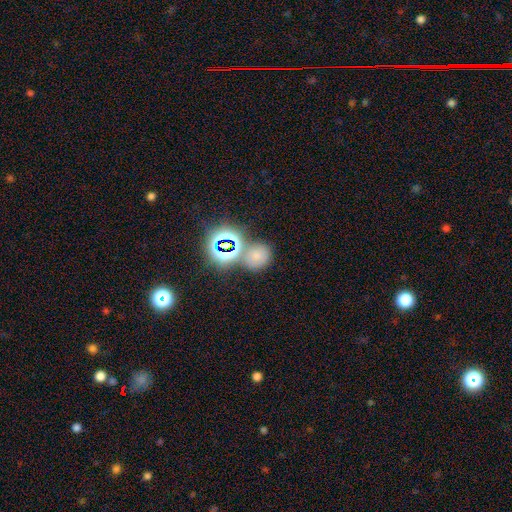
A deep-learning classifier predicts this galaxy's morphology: Smooth or featured? Predicted: smooth (p=0.58). How rounded? Predicted: round (p=0.73). Merging? Predicted: none (p=0.65).